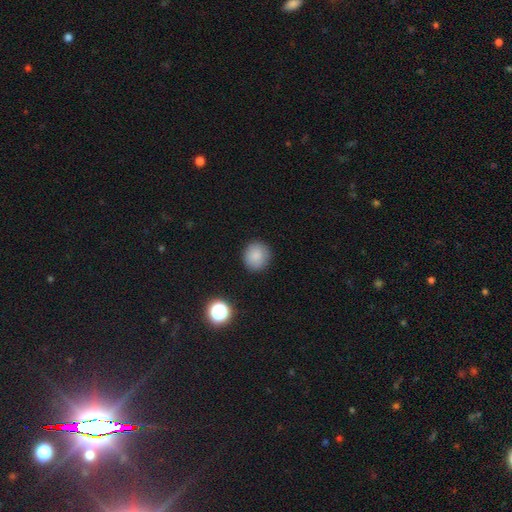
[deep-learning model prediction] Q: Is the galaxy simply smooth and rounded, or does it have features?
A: smooth — 85%.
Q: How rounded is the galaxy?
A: round — 89%.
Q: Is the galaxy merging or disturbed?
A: none — 87%.